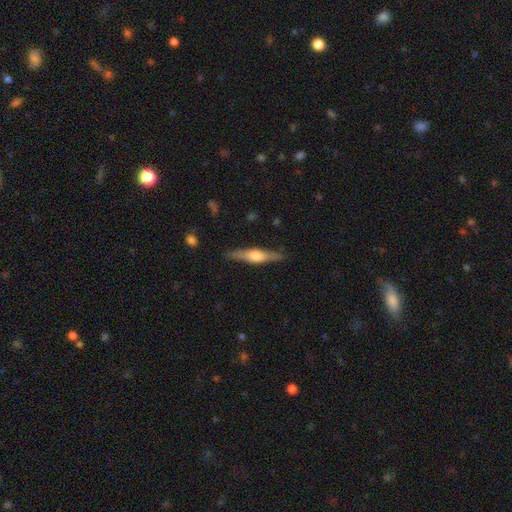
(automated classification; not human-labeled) featured or disk 63%, smooth 32%, star or artifact 6%. Down the decision tree: edge-on disk — yes (96%); edge-on bulge — rounded (88%); merging — none (88%).